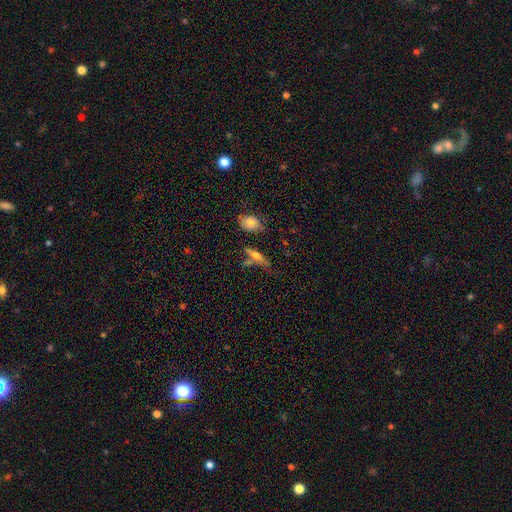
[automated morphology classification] Q: Smooth or featured?
A: smooth (53%); runner-up: featured or disk (36%)
Q: How rounded?
A: cigar-shaped (60%); runner-up: in between (35%)
Q: Merging?
A: none (59%); runner-up: minor disturbance (19%)